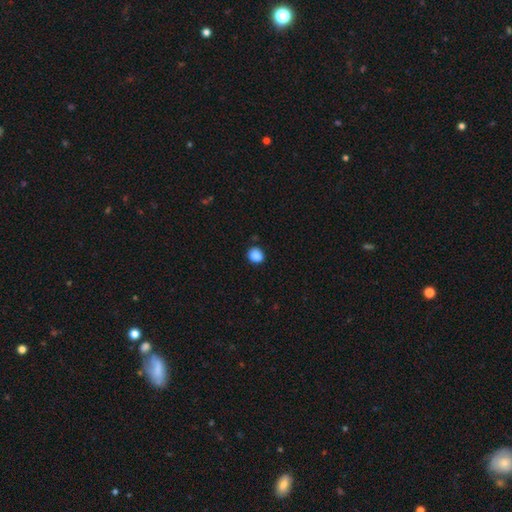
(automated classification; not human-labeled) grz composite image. It shows a smooth galaxy with no disk features (87%) that is round (70%). Merging: none (84%).